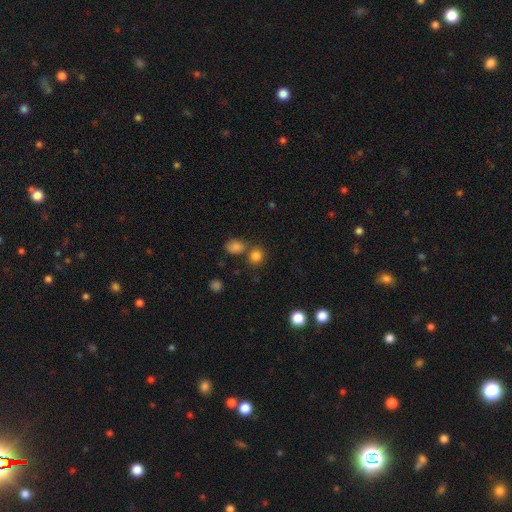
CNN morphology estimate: The model was most divided on "merging": none: 64%, merger: 23%, minor disturbance: 9%, major disturbance: 3%. More confident: smooth or featured — smooth (82%); how rounded — round (76%).